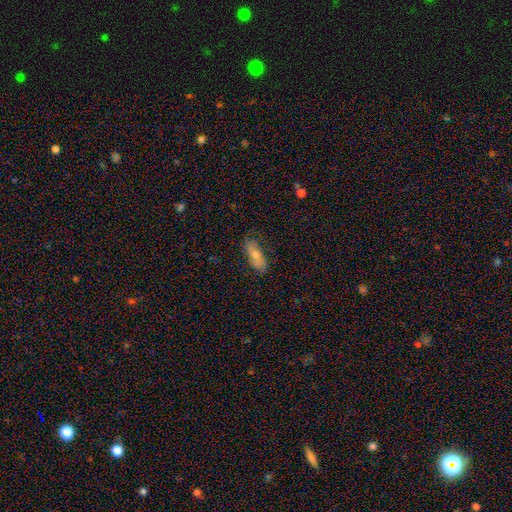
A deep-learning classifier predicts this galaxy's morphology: A smooth galaxy with no disk features (67%) that is in between round and cigar-shaped (73%).

Vote fractions:
- Smooth or featured? smooth: 67% / featured or disk: 26% / star or artifact: 7%
- How rounded? in between: 73% / cigar-shaped: 24% / round: 3%
- Merging? none: 76% / minor disturbance: 19% / major disturbance: 4% / merger: 2%